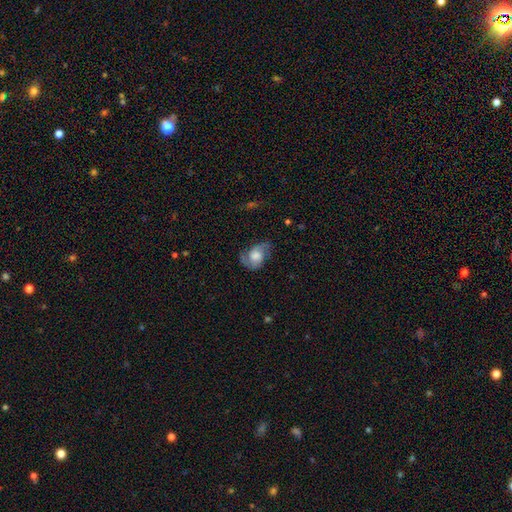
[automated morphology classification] Overall: featured or disk (66%; smooth 27%). Edge-on disk: no (97%). Bar: no (68%). Spiral arms: yes (91%). Spiral arm count: 2 (84%). Spiral winding: medium (46%; loose 35%). Bulge size: moderate (36%; large 35%). Merging: none (59%; minor disturbance 24%).